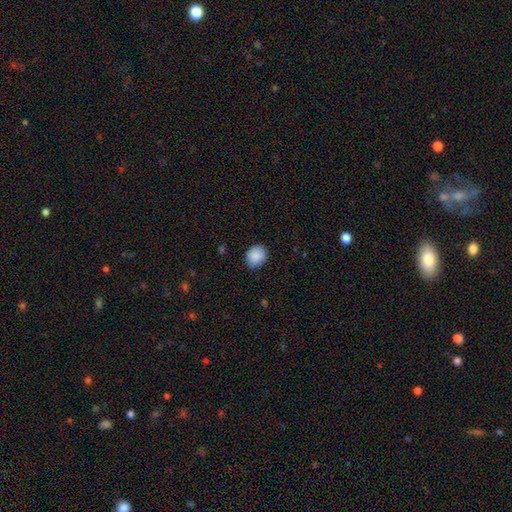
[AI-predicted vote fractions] Q: Smooth or featured?
A: smooth (89%); runner-up: star or artifact (7%)
Q: How rounded?
A: round (59%); runner-up: in between (41%)
Q: Merging?
A: none (80%); runner-up: minor disturbance (16%)